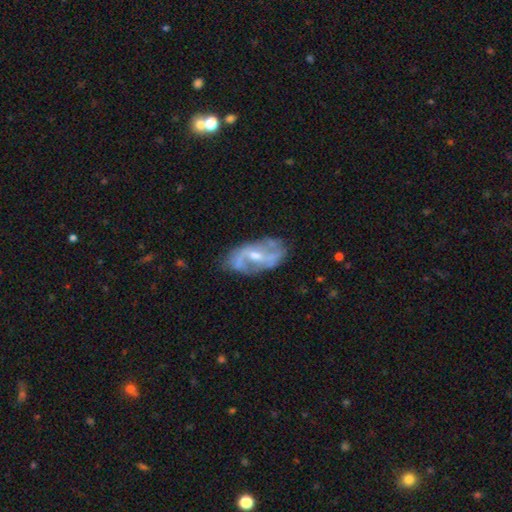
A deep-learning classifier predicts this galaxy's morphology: smooth_or_featured: featured or disk (p=0.78) [alt: smooth p=0.15]
disk_edge_on: no (p=0.94) [alt: yes p=0.06]
bar: weak (p=0.47) [alt: no p=0.27]
has_spiral_arms: yes (p=0.81) [alt: no p=0.19]
spiral_winding: loose (p=0.44) [alt: medium p=0.40]
spiral_arm_count: 2 (p=0.76) [alt: can't tell p=0.14]
bulge_size: moderate (p=0.55) [alt: small p=0.36]
merging: none (p=0.67) [alt: minor disturbance p=0.21]